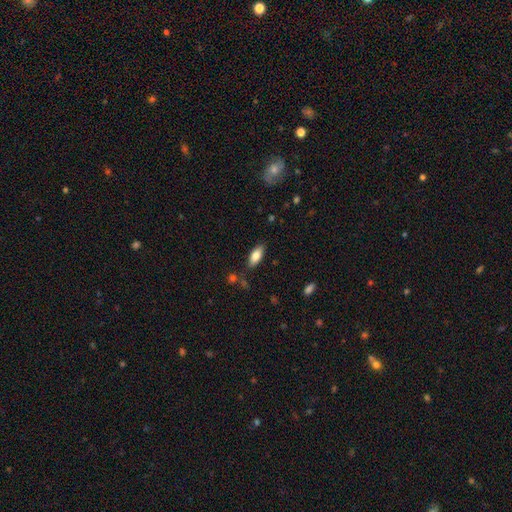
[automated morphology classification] smooth_or_featured: smooth (p=0.78) [alt: featured or disk p=0.15]
how_rounded: in between (p=0.78) [alt: cigar-shaped p=0.20]
merging: none (p=0.83) [alt: minor disturbance p=0.12]